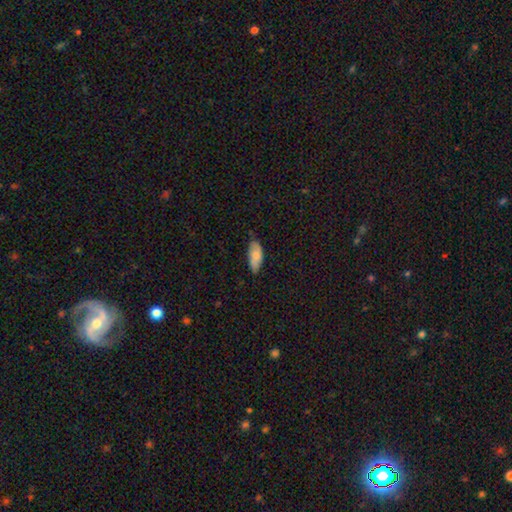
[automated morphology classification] This is likely a smooth galaxy (79%). How rounded: clearly in between (82%). Merging: likely none (74%).